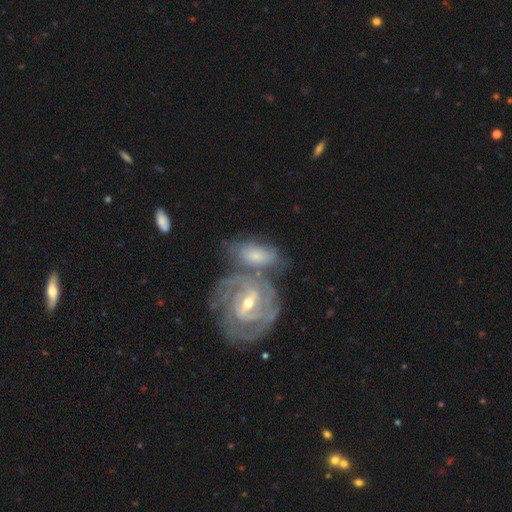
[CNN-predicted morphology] featured or disk 71%, smooth 23%, star or artifact 7%. Down the decision tree: edge-on disk — no (95%); bar — weak (42%); spiral arms — yes (90%); spiral arm count — can't tell (35%); spiral winding — tight (64%); bulge size — small (47%, tied with moderate); merging — merger (43%).